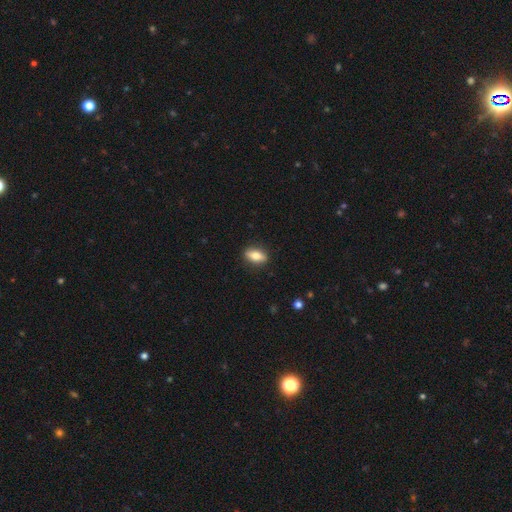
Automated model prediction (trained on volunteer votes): Q: Smooth or featured?
A: smooth (74%); runner-up: featured or disk (19%)
Q: How rounded?
A: in between (80%); runner-up: cigar-shaped (14%)
Q: Merging?
A: none (87%); runner-up: minor disturbance (9%)